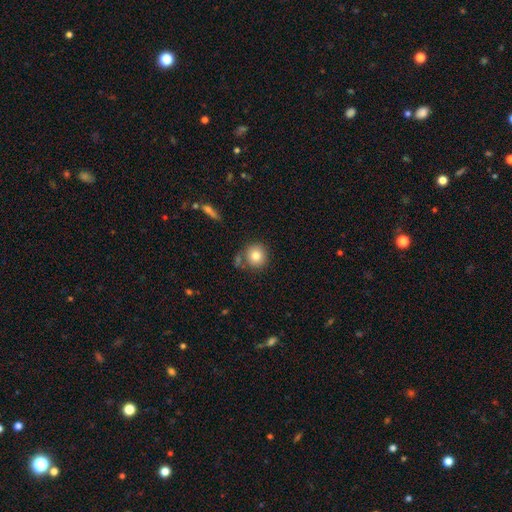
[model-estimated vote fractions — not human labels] This is clearly a smooth galaxy (81%). How rounded: clearly round (91%). Merging: likely none (74%).